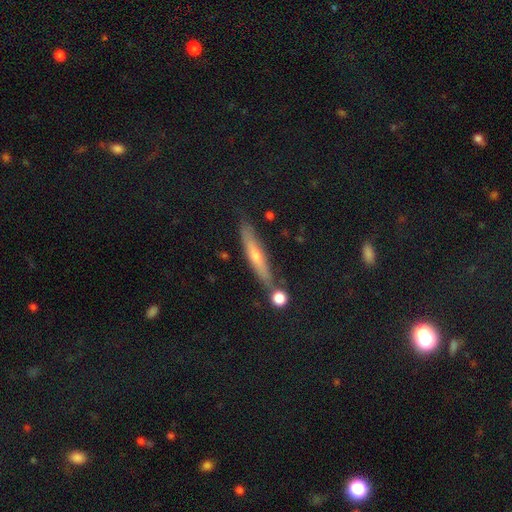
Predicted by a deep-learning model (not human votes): Smooth or featured: featured or disk — 48% (smooth — 32%)
Merging: none — 82% (minor disturbance — 11%)